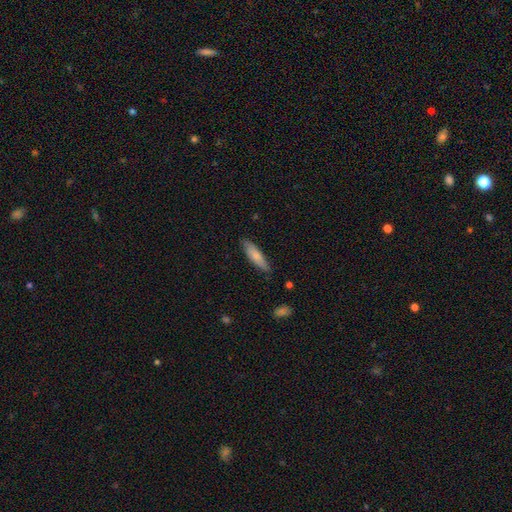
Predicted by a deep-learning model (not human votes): Smooth or featured? Predicted: smooth (p=0.73). How rounded? Predicted: cigar-shaped (p=0.67). Merging? Predicted: none (p=0.83).